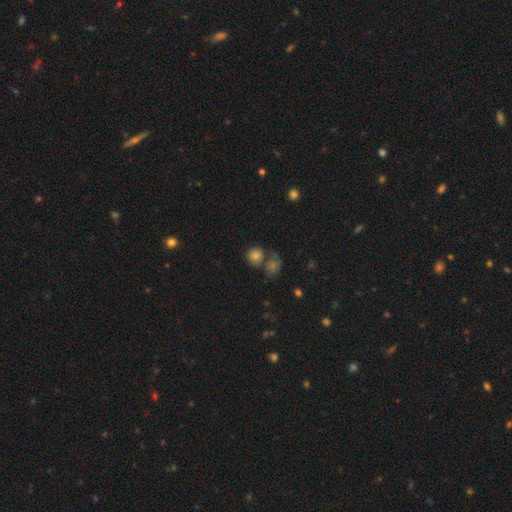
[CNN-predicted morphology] This appears to be a smooth galaxy with no disk features (77%) that is round (84%). Merging: none (49%).